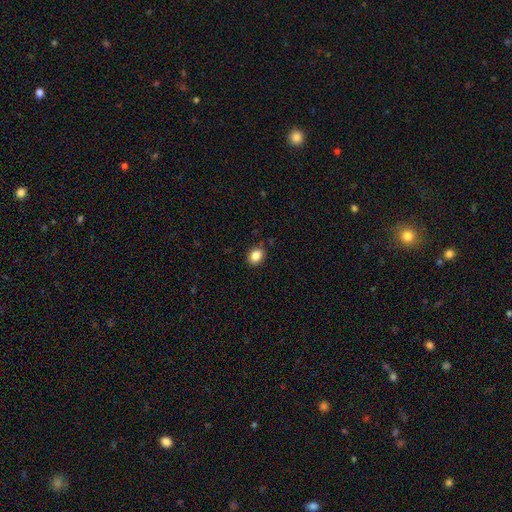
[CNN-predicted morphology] type=smooth (85%); roundness=in between (53%); merging=none (86%).